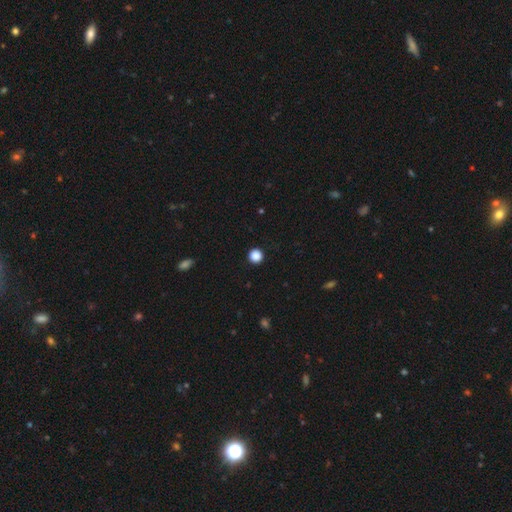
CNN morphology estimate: Smooth or featured?
  - smooth: 87% *
  - star or artifact: 10%
  - featured or disk: 2%
How rounded?
  - round: 95% *
  - in between: 4%
  - cigar-shaped: 1%
Merging?
  - none: 93% *
  - minor disturbance: 4%
  - major disturbance: 2%
  - merger: 1%